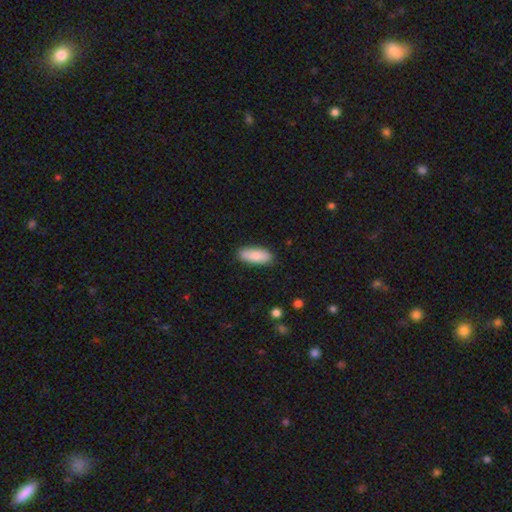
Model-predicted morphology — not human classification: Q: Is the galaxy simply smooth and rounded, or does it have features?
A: smooth — 87%.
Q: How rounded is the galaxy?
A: in between — 79%.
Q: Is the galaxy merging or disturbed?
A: none — 88%.